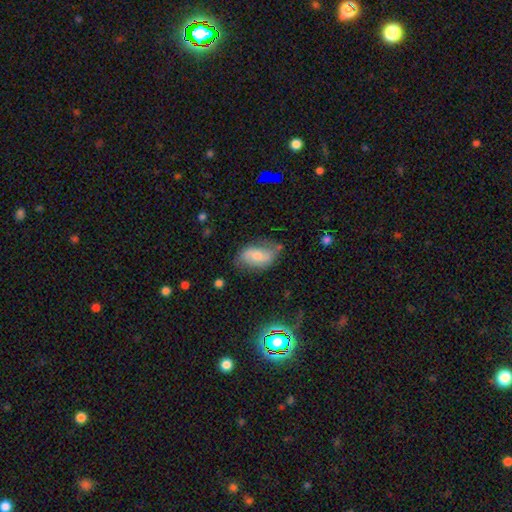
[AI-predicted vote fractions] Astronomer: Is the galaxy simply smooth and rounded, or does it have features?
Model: smooth — 45% (runner-up: featured or disk, 40%).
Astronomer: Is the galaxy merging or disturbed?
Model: none — 62%.